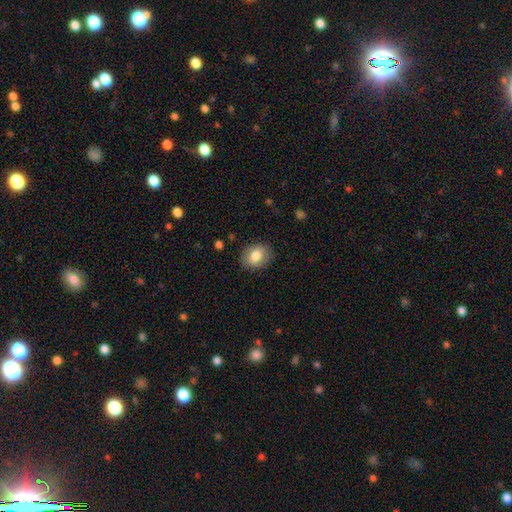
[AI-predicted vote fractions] Smooth or featured: smooth — 82% (featured or disk — 10%)
How rounded: in between — 62% (round — 37%)
Merging: none — 86% (minor disturbance — 10%)